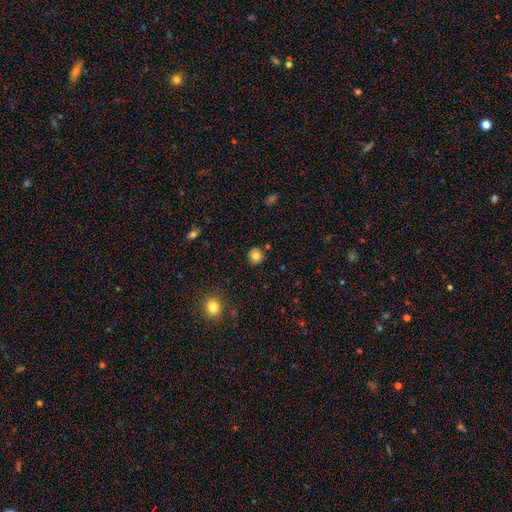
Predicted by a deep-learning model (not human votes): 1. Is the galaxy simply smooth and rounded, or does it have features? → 82% smooth, 10% star or artifact, 7% featured or disk.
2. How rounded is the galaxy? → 91% round, 8% in between, 1% cigar-shaped.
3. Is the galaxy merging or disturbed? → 88% none, 7% minor disturbance, 2% merger, 2% major disturbance.